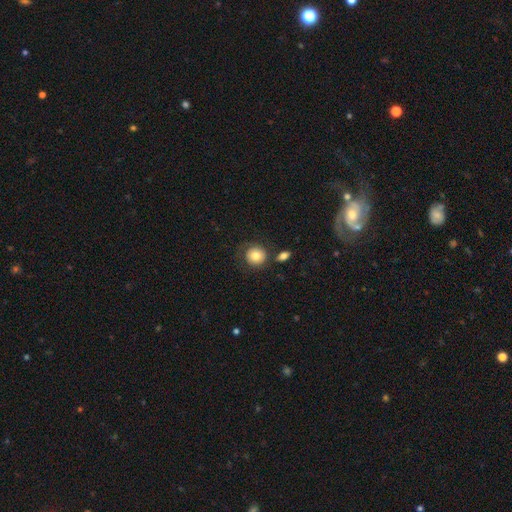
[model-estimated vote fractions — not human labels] Smooth or featured? Predicted: smooth (p=0.78). How rounded? Predicted: round (p=0.89). Merging? Predicted: none (p=0.69).